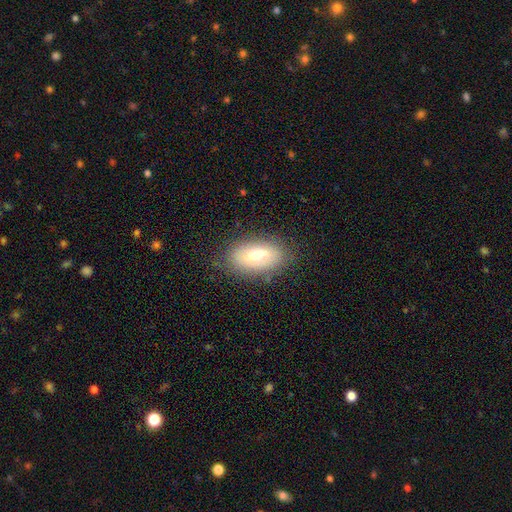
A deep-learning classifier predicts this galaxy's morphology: Smooth or featured?
  - smooth: 59% *
  - featured or disk: 32%
  - star or artifact: 8%
How rounded?
  - in between: 90% *
  - cigar-shaped: 5%
  - round: 5%
Merging?
  - none: 79% *
  - minor disturbance: 15%
  - major disturbance: 4%
  - merger: 2%